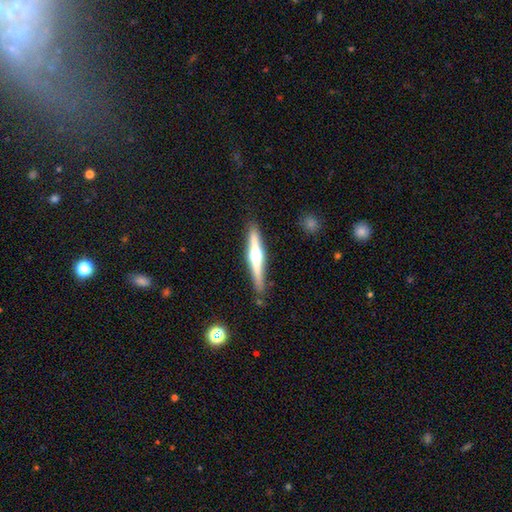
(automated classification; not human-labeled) This is likely a featured or disk galaxy (72%). It is clearly viewed edge-on (98%). Edge-on bulge: clearly rounded (93%). Merging: clearly none (88%).